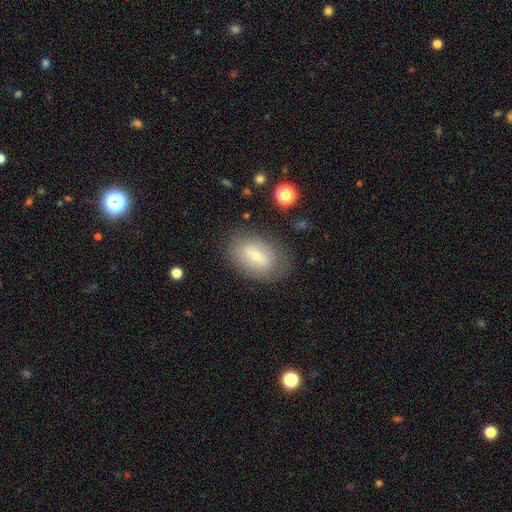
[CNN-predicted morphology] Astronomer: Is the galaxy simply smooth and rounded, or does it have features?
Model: smooth — 56% (runner-up: featured or disk, 34%).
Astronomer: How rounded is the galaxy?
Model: in between — 84%.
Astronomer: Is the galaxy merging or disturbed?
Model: none — 76%.